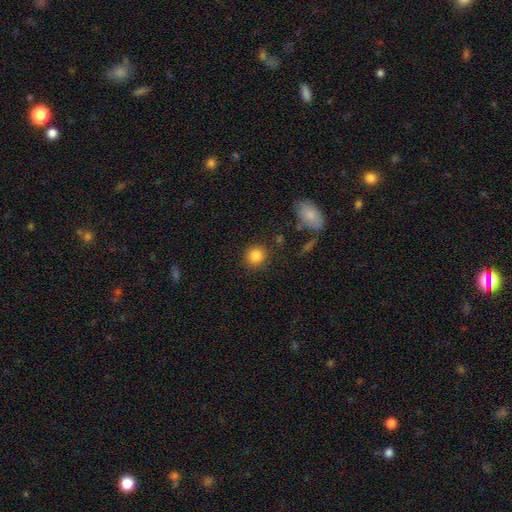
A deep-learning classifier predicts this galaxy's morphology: type=smooth (85%); roundness=round (89%); merging=none (86%).